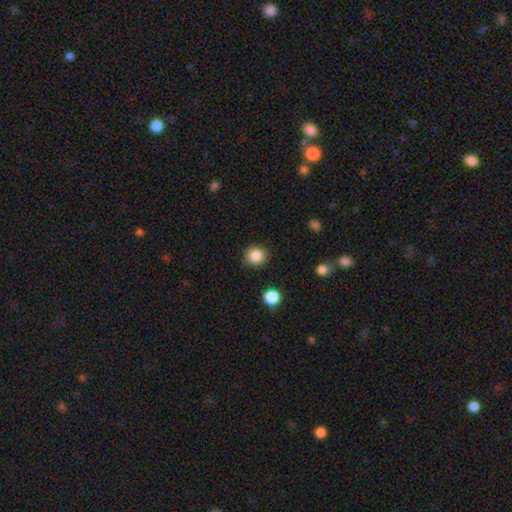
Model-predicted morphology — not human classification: Smooth or featured?
  - smooth: 85% *
  - star or artifact: 10%
  - featured or disk: 5%
How rounded?
  - round: 87% *
  - in between: 12%
  - cigar-shaped: 1%
Merging?
  - none: 85% *
  - minor disturbance: 10%
  - major disturbance: 3%
  - merger: 2%